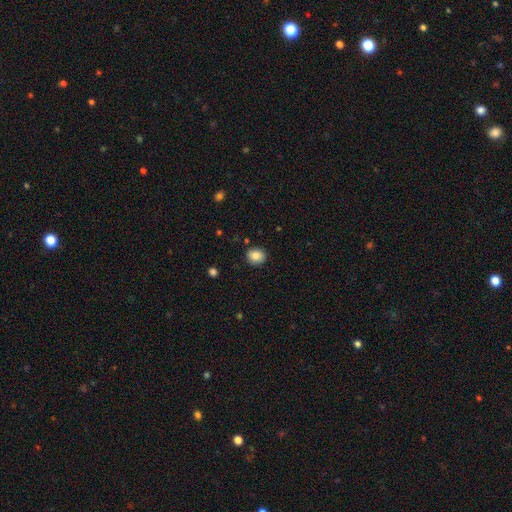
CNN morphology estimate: This is clearly a smooth galaxy (86%). How rounded: likely round (69%). Merging: clearly none (87%).